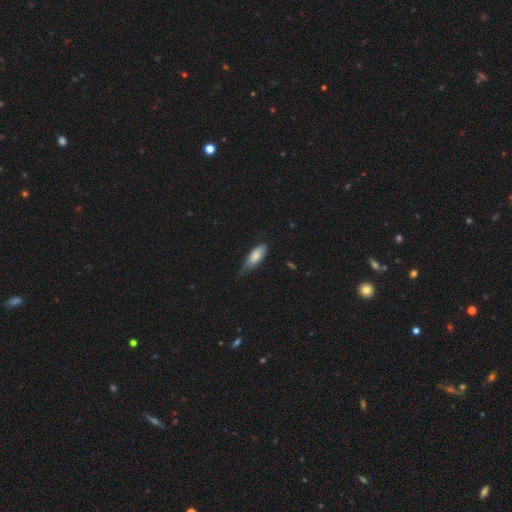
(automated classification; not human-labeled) Smooth or featured?
  - smooth: 73% *
  - featured or disk: 21%
  - star or artifact: 6%
How rounded?
  - in between: 76% *
  - cigar-shaped: 22%
  - round: 2%
Merging?
  - minor disturbance: 46% *
  - none: 39%
  - major disturbance: 13%
  - merger: 2%